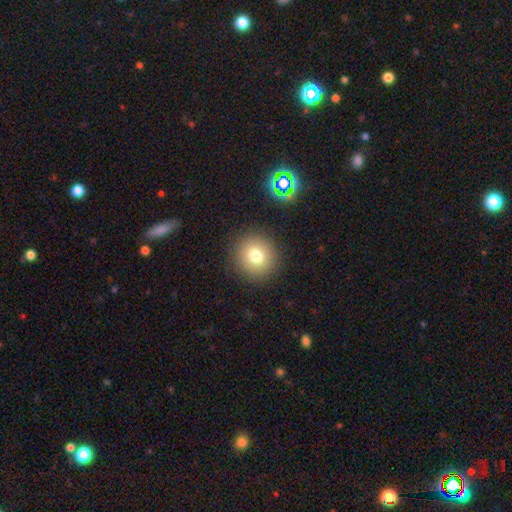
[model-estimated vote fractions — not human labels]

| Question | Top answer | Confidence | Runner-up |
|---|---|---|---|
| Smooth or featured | smooth | 76% | star or artifact (13%) |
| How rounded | round | 91% | in between (8%) |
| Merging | none | 89% | minor disturbance (7%) |